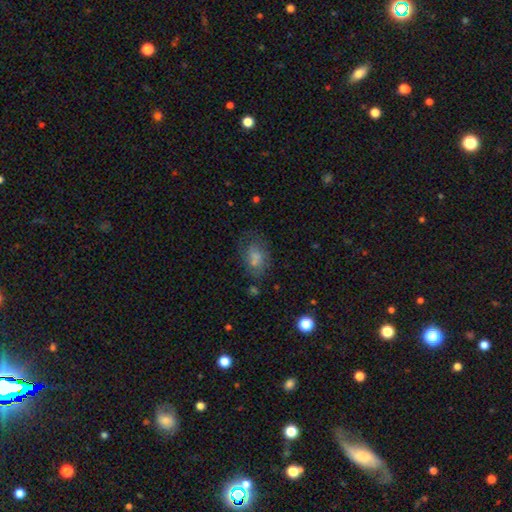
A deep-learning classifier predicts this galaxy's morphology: Smooth or featured? Predicted: smooth (p=0.63). How rounded? Predicted: in between (p=0.80). Merging? Predicted: none (p=0.49).